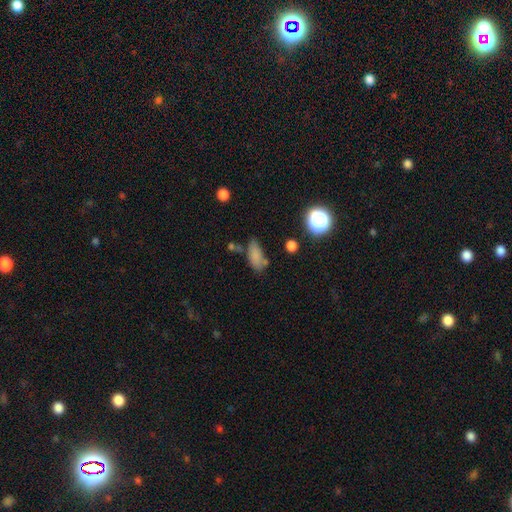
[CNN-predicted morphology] Smooth or featured?
  - smooth: 78% *
  - star or artifact: 12%
  - featured or disk: 10%
How rounded?
  - in between: 82% *
  - cigar-shaped: 13%
  - round: 5%
Merging?
  - none: 54% *
  - minor disturbance: 26%
  - merger: 11%
  - major disturbance: 9%